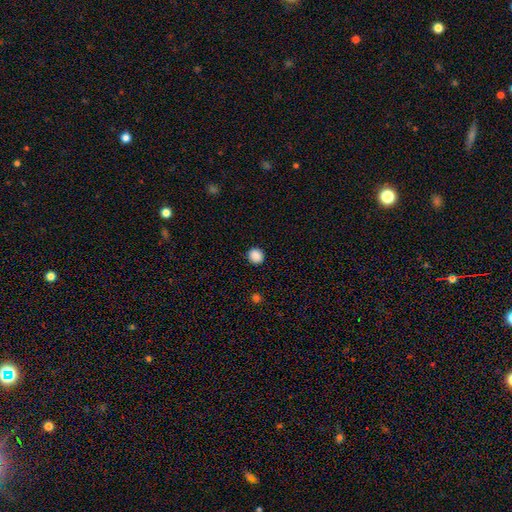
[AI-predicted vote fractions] Morphology: type=smooth (88%); roundness=round (84%); merging=none (91%).